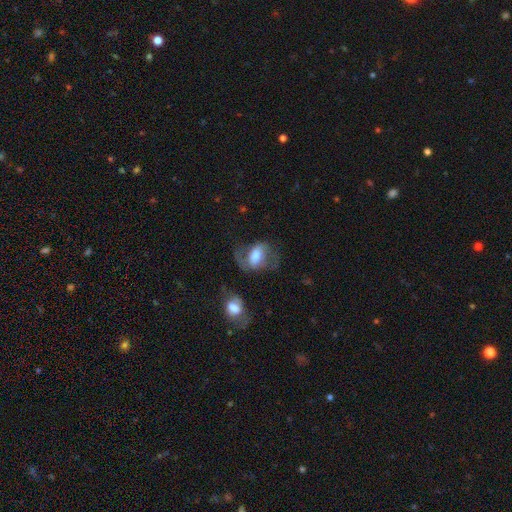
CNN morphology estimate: This is possibly a featured or disk galaxy (54%). It is clearly not viewed edge-on (95%). Bar: marginally weak (42%). Spiral arm pattern: likely yes (79%). Central bulge: marginally moderate (41%). Merging: possibly none (45%).